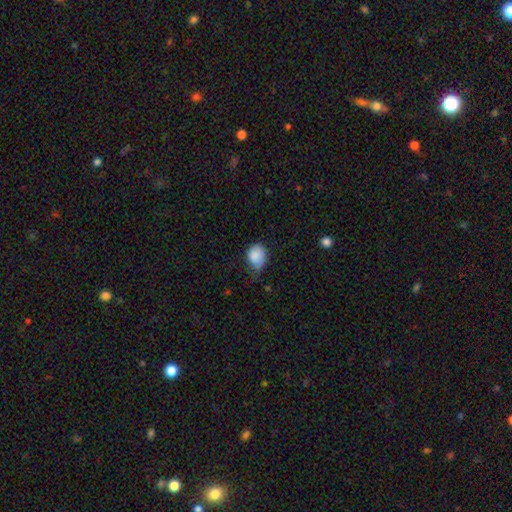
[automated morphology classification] A smooth galaxy with no disk features (86%) that is in between round and cigar-shaped (56%). Merging: minor disturbance (46%).